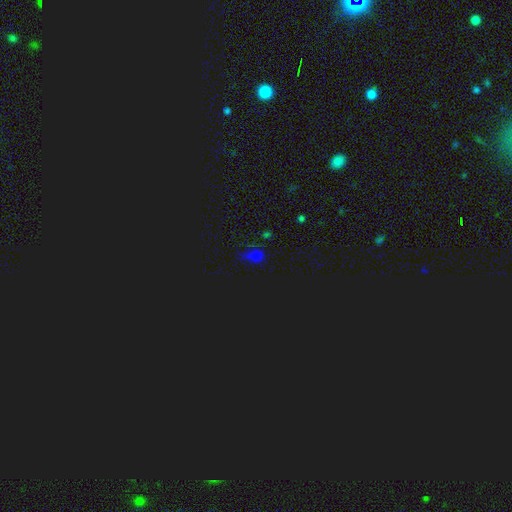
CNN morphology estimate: smooth-or-featured: star or artifact: 51% | smooth: 42% | featured or disk: 7%